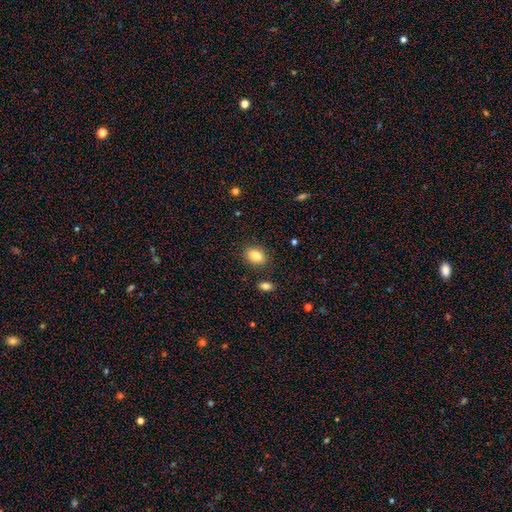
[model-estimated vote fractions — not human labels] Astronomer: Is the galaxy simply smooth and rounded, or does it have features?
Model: smooth — 86%.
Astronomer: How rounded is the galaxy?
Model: in between — 79%.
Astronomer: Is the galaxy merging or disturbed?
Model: none — 84%.